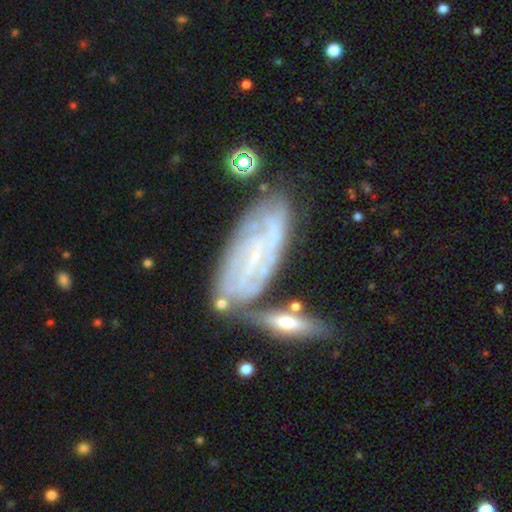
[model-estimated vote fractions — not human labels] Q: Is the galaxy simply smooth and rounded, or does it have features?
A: featured or disk — 77%.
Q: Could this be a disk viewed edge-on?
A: no — 87%.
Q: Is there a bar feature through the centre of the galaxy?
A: no — 42%.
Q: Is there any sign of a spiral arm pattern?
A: yes — 89%.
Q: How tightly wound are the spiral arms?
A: tight — 67%.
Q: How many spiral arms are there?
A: can't tell — 44%.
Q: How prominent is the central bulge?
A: small — 67%.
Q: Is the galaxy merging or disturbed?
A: none — 63%.